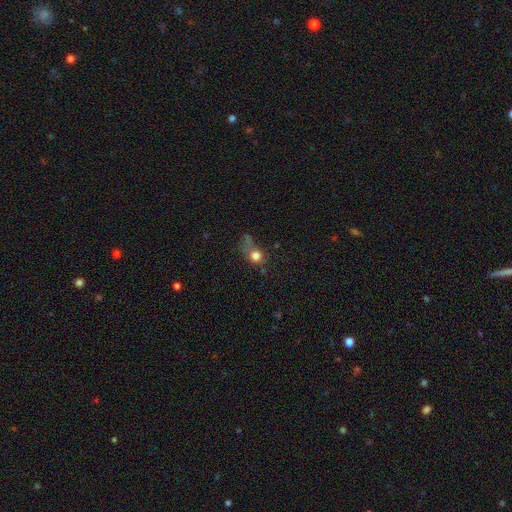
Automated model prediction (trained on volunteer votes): Smooth or featured? Predicted: smooth (p=0.73). How rounded? Predicted: round (p=0.81). Merging? Predicted: none (p=0.39).